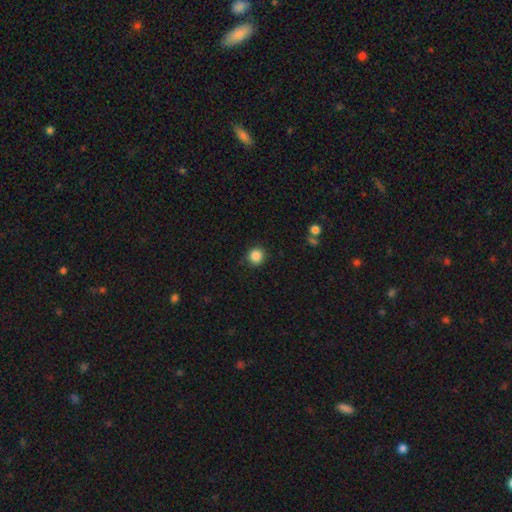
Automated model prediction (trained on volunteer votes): This appears to be a smooth galaxy with no disk features (86%) that is round (94%). Merging: none (89%).